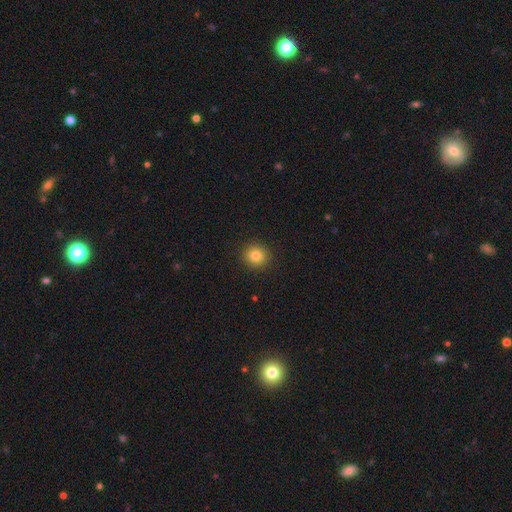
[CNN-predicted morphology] Smooth or featured?
  - smooth: 83% *
  - star or artifact: 11%
  - featured or disk: 6%
How rounded?
  - round: 91% *
  - in between: 8%
  - cigar-shaped: 1%
Merging?
  - none: 92% *
  - minor disturbance: 5%
  - major disturbance: 2%
  - merger: 1%